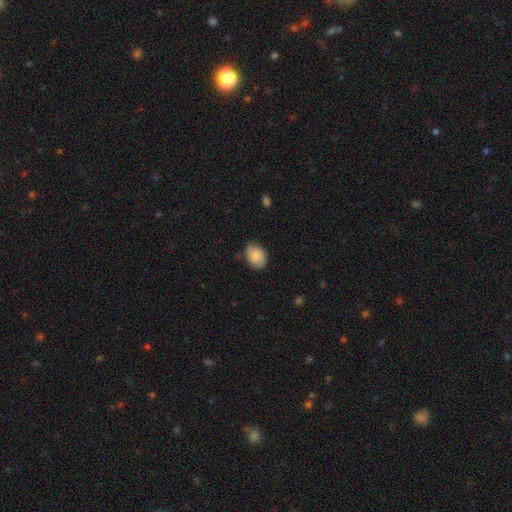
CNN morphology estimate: The model was most divided on "how rounded": in between: 78%, round: 21%, cigar-shaped: 1%. More confident: smooth or featured — smooth (87%); merging — none (77%).